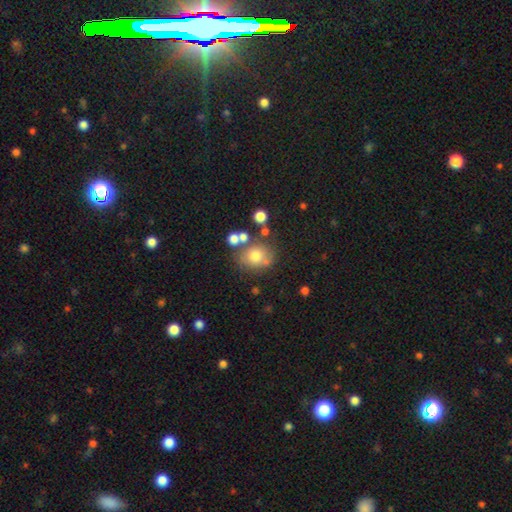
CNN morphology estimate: smooth 70%, featured or disk 17%, star or artifact 13%. Down the decision tree: how rounded — round (74%); merging — none (63%).